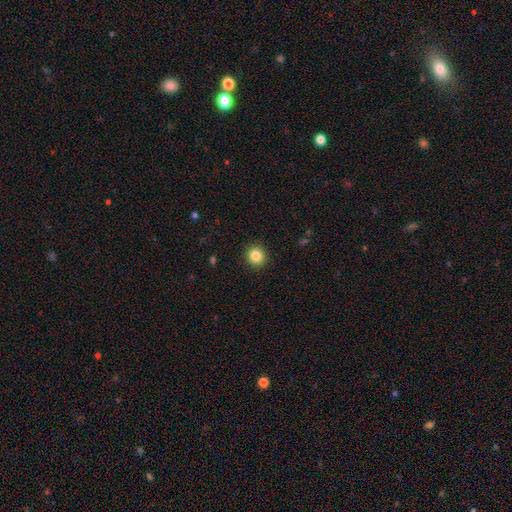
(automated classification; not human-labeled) This appears to be a smooth galaxy with no disk features (85%) that is round (91%). Merging: none (92%).